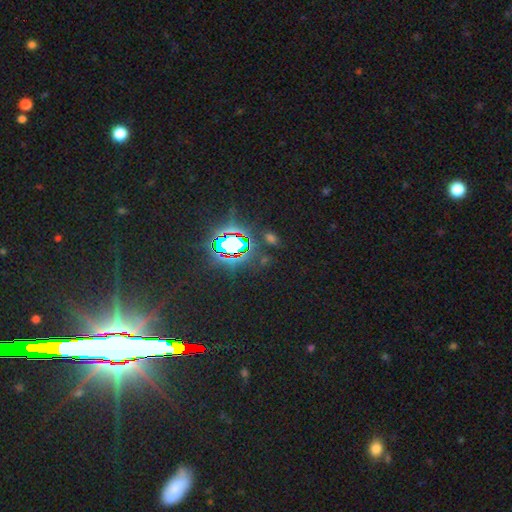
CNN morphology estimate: Smooth or featured?
  - star or artifact: 84% *
  - featured or disk: 8%
  - smooth: 8%